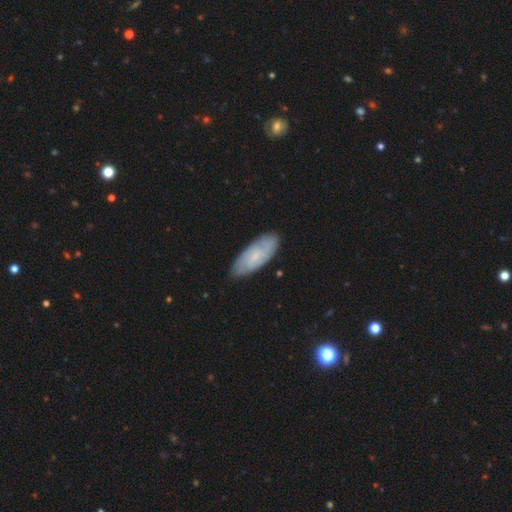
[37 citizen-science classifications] Smooth or featured: featured or disk — 59% (smooth — 35%)
Edge-on disk: no — 100%
Bar: no — 73% (weak — 27%)
Spiral arms: yes — 73% (no — 27%)
Spiral winding: tight — 62% (medium — 19%)
Spiral arm count: can't tell — 44% (2 — 31%)
Bulge size: small — 59% (none — 23%)
Merging: none — 69% (minor disturbance — 31%)